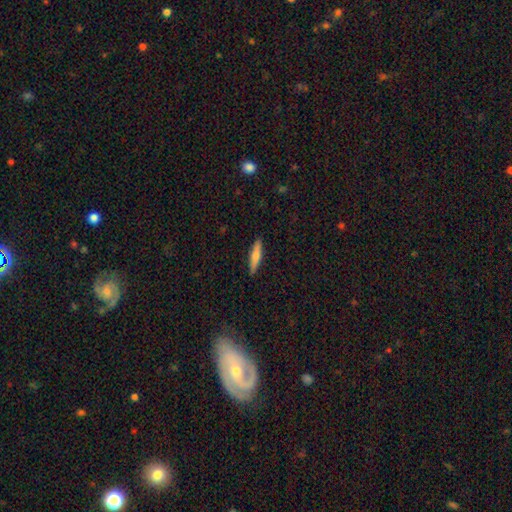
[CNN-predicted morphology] smooth-or-featured: smooth: 62% | featured or disk: 32% | star or artifact: 6%
  how-rounded: cigar-shaped: 82% | in between: 16% | round: 2%
  merging: none: 90% | minor disturbance: 7% | major disturbance: 2% | merger: 1%